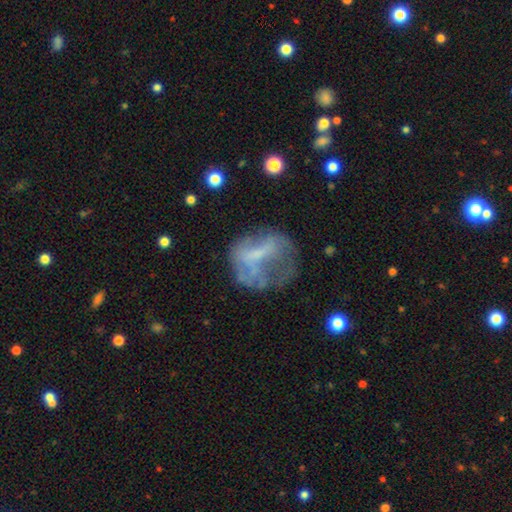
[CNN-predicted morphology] Overall: featured or disk (52%; smooth 33%). Edge-on disk: no (97%). Bar: no (62%; weak 26%). Spiral arms: no (83%). Bulge size: none (55%; small 26%). Merging: none (38%; major disturbance 36%).